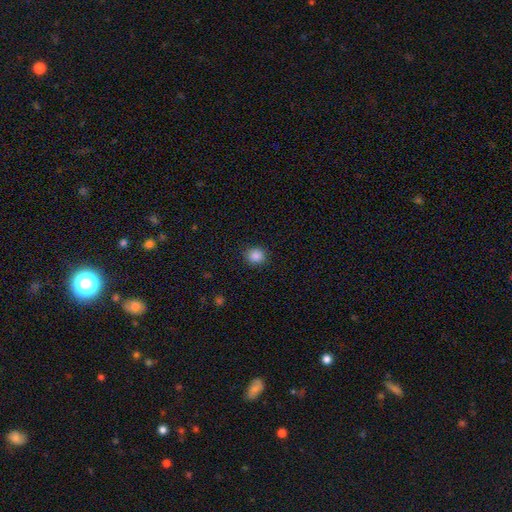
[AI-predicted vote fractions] This appears to be a smooth galaxy with no disk features (87%) that is round (87%). Merging: none (90%).